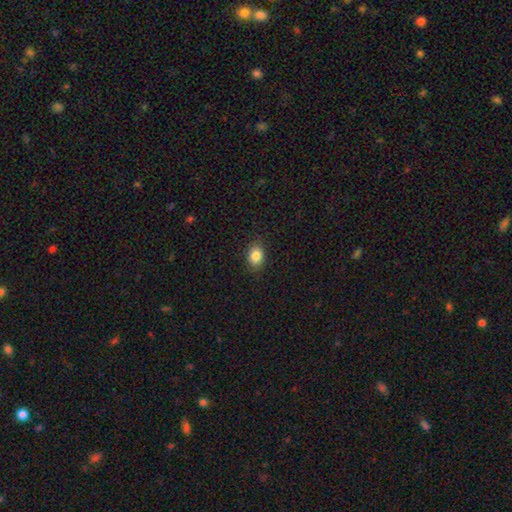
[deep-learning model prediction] Smooth or featured: smooth — 85% (star or artifact — 9%)
How rounded: in between — 71% (round — 27%)
Merging: none — 86% (minor disturbance — 10%)